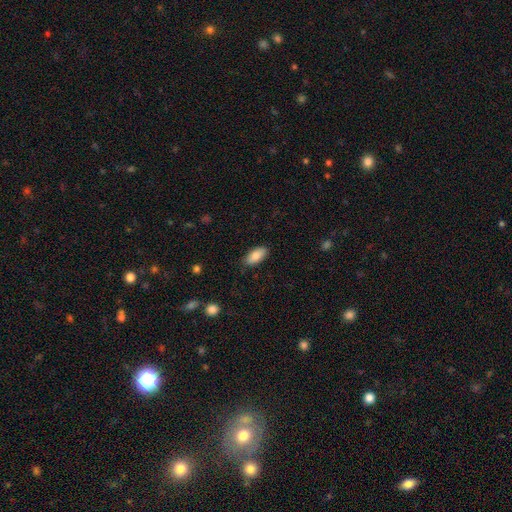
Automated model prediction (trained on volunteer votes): Morphology: type=smooth (86%); roundness=in between (91%); merging=none (84%).